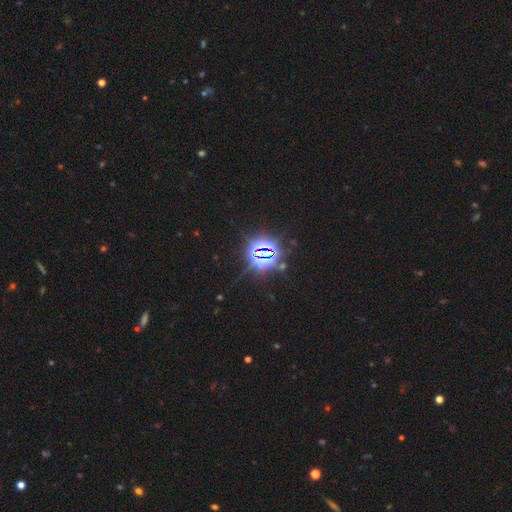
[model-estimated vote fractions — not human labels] smooth_or_featured: star or artifact (p=0.82) [alt: smooth p=0.11]